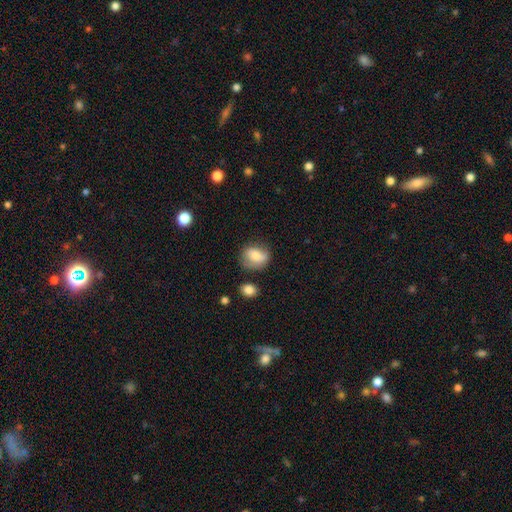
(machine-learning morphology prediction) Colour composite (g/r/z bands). It shows a smooth galaxy with no disk features (71%) that is round (53%). Merging: none (59%).